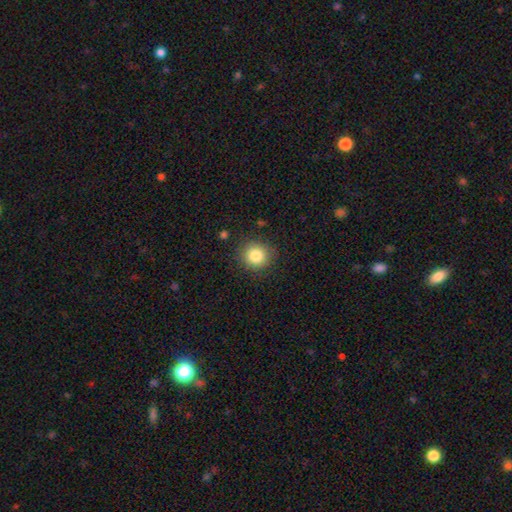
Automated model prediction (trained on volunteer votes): Smooth or featured?
  - smooth: 84% *
  - star or artifact: 10%
  - featured or disk: 6%
How rounded?
  - round: 89% *
  - in between: 10%
  - cigar-shaped: 1%
Merging?
  - none: 87% *
  - minor disturbance: 9%
  - major disturbance: 3%
  - merger: 1%